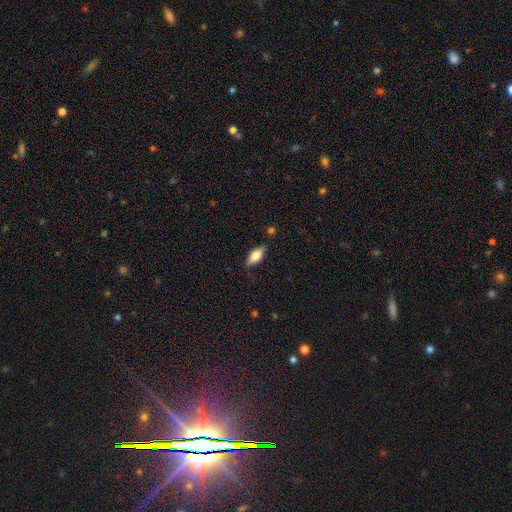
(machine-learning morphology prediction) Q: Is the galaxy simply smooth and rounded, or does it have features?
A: smooth — 65%.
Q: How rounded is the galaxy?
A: in between — 76%.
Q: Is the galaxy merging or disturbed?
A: none — 78%.